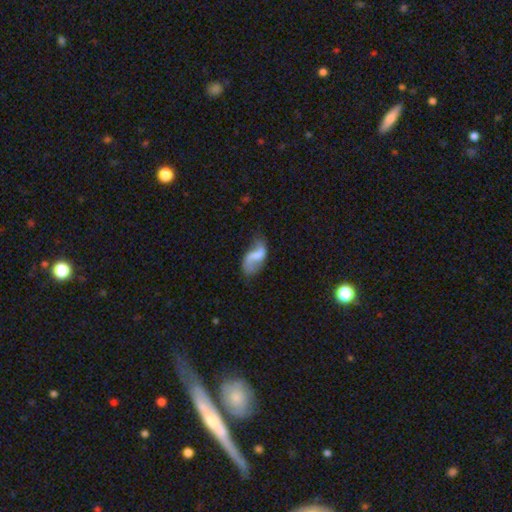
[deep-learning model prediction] Morphology: type=featured or disk (62%); edge-on=no (96%); bar=weak (45%); spiral arms=yes (86%); winding=loose (74%); arm count=2 (83%); bulge=none (50%); merging=none (55%).